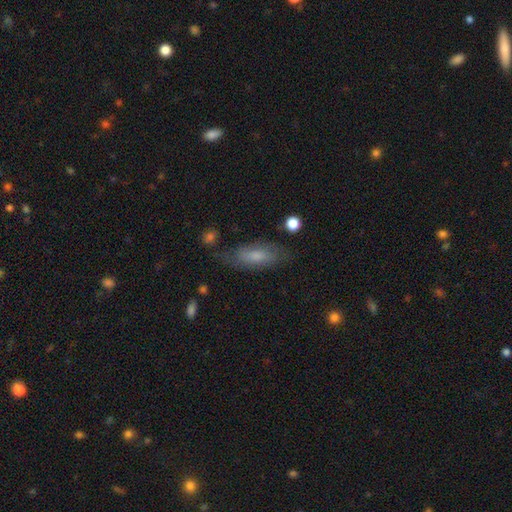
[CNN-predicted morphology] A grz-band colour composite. It shows a smooth galaxy with no disk features (59%) that is in between round and cigar-shaped (69%). Merging: none (69%).